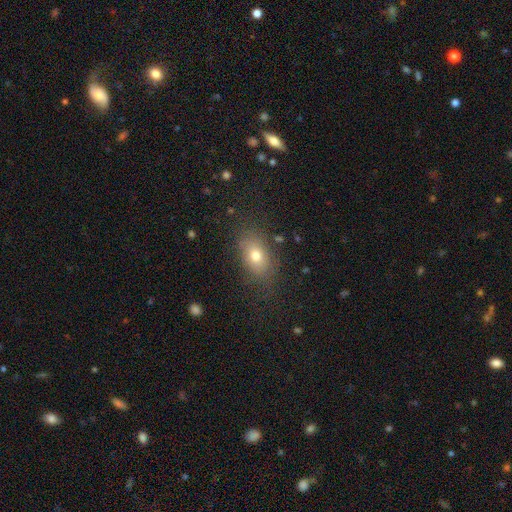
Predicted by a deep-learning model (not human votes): Smooth or featured?
  - smooth: 73% *
  - featured or disk: 15%
  - star or artifact: 12%
How rounded?
  - in between: 81% *
  - round: 17%
  - cigar-shaped: 3%
Merging?
  - none: 77% *
  - minor disturbance: 15%
  - major disturbance: 6%
  - merger: 2%